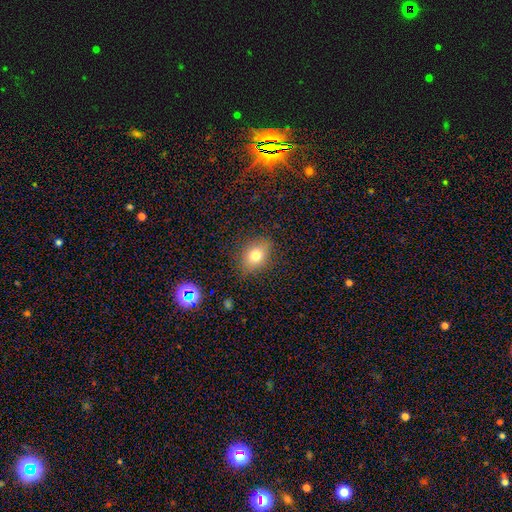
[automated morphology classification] smooth 75%, featured or disk 13%, star or artifact 12%. Down the decision tree: how rounded — in between (65%); merging — none (83%).